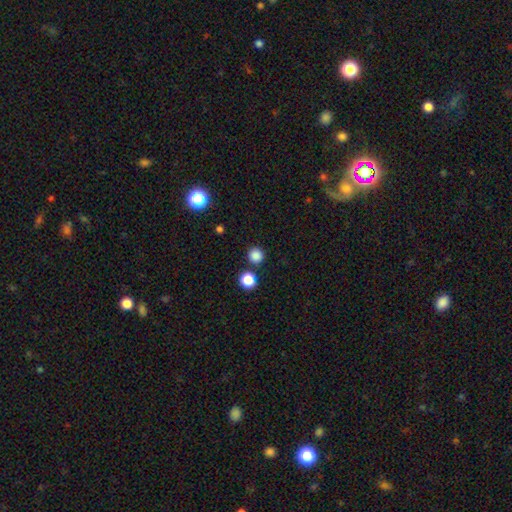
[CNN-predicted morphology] type=smooth (84%); roundness=round (94%); merging=none (86%).